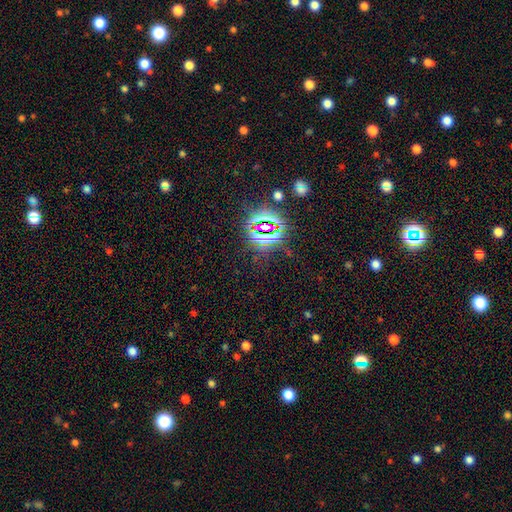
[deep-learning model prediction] This is clearly a star or artifact rather than a galaxy (81%).